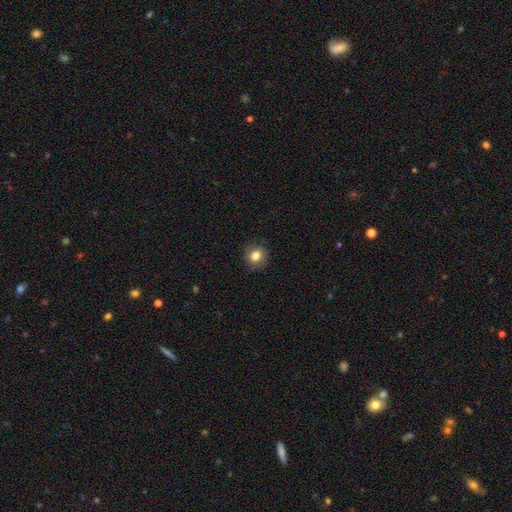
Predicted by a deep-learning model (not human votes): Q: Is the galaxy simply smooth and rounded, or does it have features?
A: smooth — 82%.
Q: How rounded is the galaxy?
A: round — 75%.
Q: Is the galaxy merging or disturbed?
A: none — 87%.